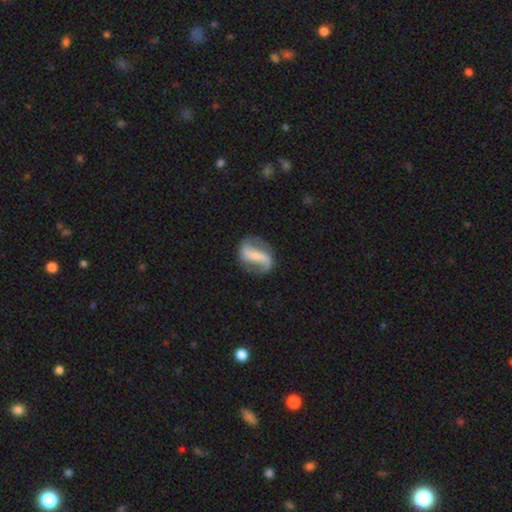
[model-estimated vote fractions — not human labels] Smooth or featured: featured or disk — 78% (smooth — 16%)
Edge-on disk: no — 96% (yes — 4%)
Bar: strong — 55% (weak — 27%)
Spiral arms: yes — 90% (no — 10%)
Spiral winding: loose — 60% (medium — 29%)
Spiral arm count: 2 — 87% (1 — 7%)
Bulge size: small — 44% (none — 25%)
Merging: none — 74% (minor disturbance — 15%)